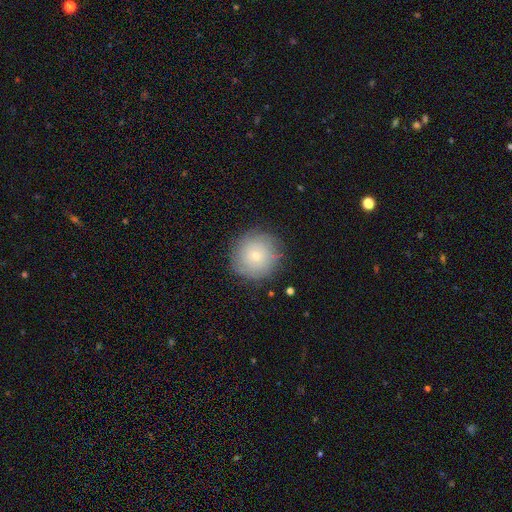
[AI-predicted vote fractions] Q: Smooth or featured?
A: smooth (67%); runner-up: featured or disk (24%)
Q: How rounded?
A: round (94%); runner-up: in between (5%)
Q: Merging?
A: none (84%); runner-up: minor disturbance (11%)